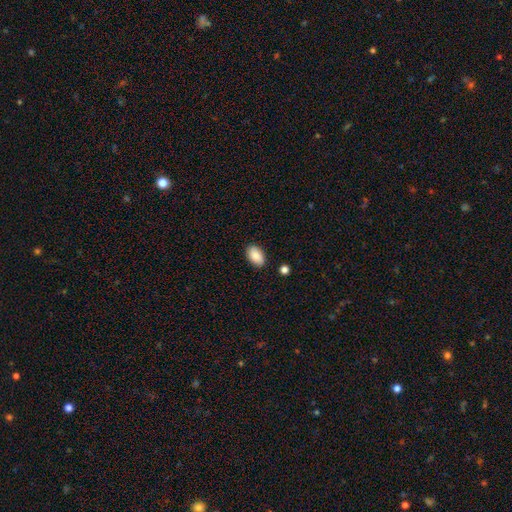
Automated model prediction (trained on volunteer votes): Overall: smooth (88%). How rounded: in between (92%). Merging: none (87%).